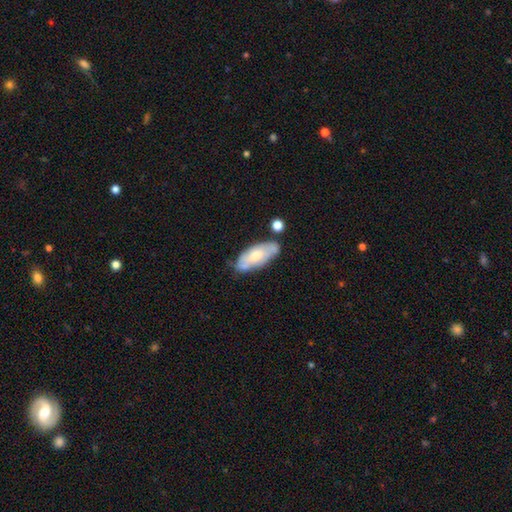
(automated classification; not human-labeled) A smooth galaxy with no disk features (55%) that is in between round and cigar-shaped (83%).

Vote fractions:
- Smooth or featured? smooth: 55% / featured or disk: 39% / star or artifact: 6%
- How rounded? in between: 83% / cigar-shaped: 15% / round: 2%
- Merging? none: 59% / minor disturbance: 23% / merger: 11% / major disturbance: 6%